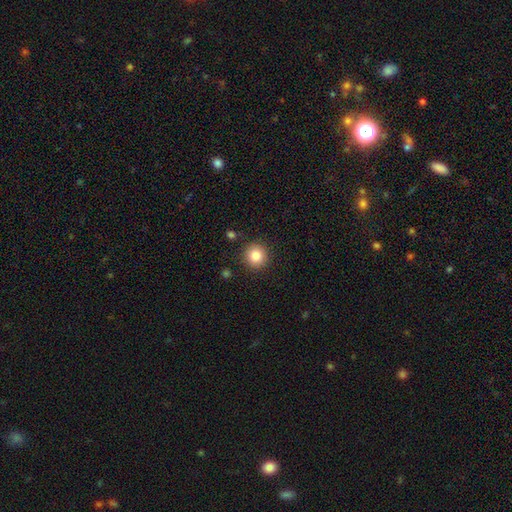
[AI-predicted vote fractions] smooth_or_featured: smooth (p=0.84) [alt: star or artifact p=0.10]
how_rounded: round (p=0.93) [alt: in between p=0.06]
merging: none (p=0.89) [alt: minor disturbance p=0.07]